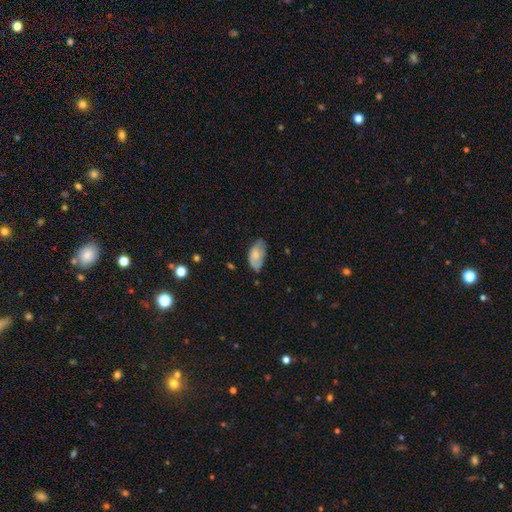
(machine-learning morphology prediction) smooth_or_featured: smooth (p=0.68) [alt: featured or disk p=0.25]
how_rounded: in between (p=0.93) [alt: round p=0.04]
merging: none (p=0.53) [alt: minor disturbance p=0.35]